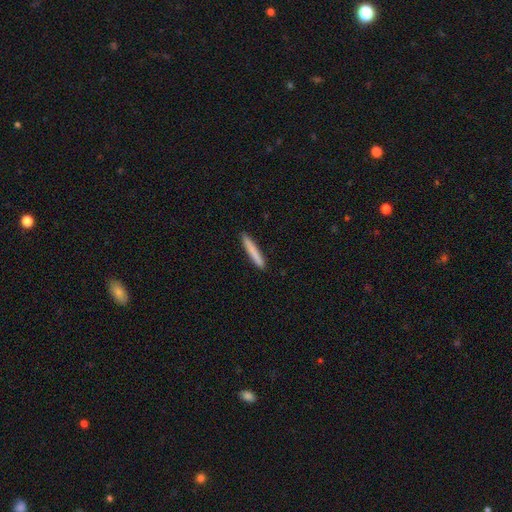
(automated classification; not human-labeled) smooth 80%, featured or disk 14%, star or artifact 6%. Down the decision tree: how rounded — cigar-shaped (96%); merging — none (92%).